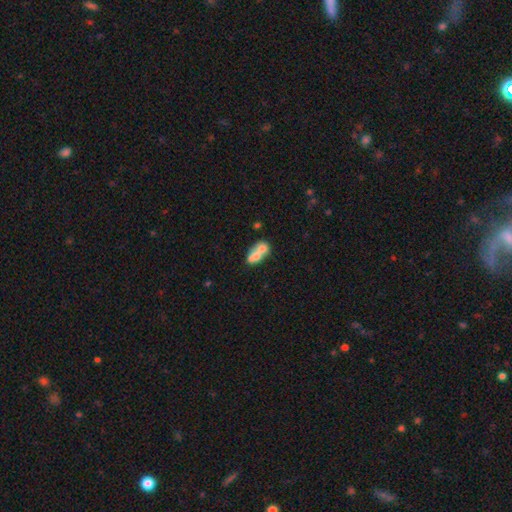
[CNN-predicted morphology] Overall: smooth (63%; featured or disk 28%). How rounded: in between (71%). Merging: merger (71%).